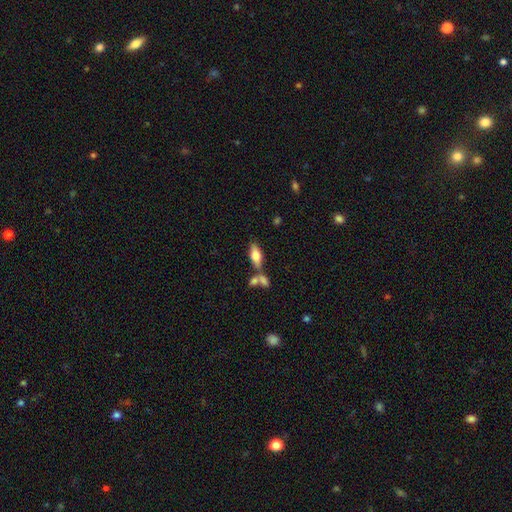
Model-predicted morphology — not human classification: A smooth galaxy with no disk features (70%) that is in between round and cigar-shaped (79%). Merging: none (53%).